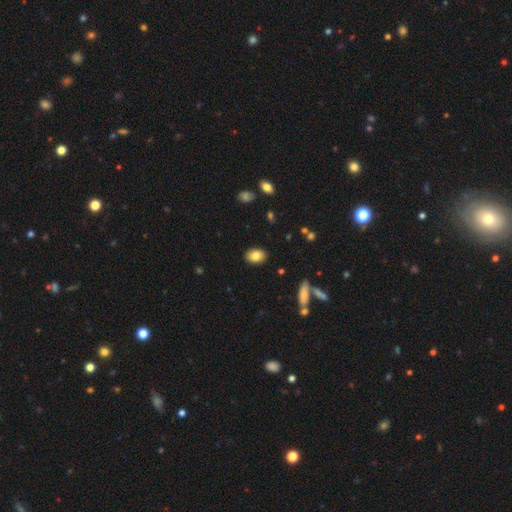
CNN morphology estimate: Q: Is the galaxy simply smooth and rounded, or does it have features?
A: smooth — 82%.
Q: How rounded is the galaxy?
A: in between — 84%.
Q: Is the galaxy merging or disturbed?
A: none — 89%.